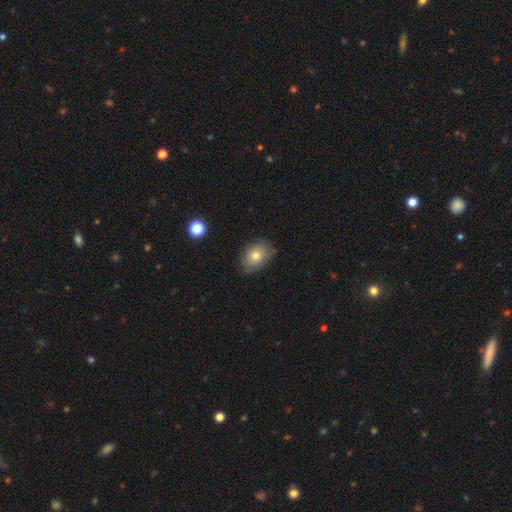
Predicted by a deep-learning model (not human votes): Morphology: type=smooth (77%); roundness=in between (70%); merging=none (78%).